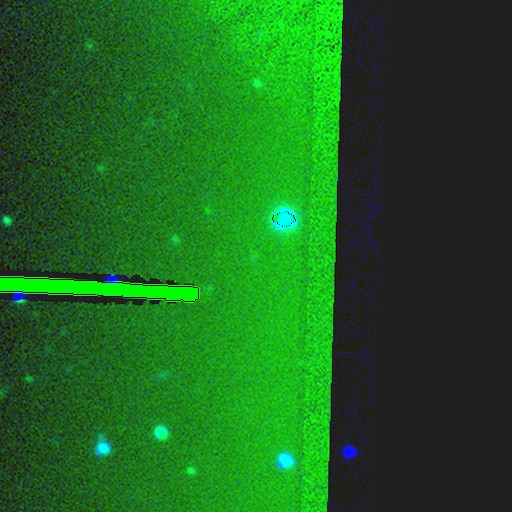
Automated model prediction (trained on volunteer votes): smooth-or-featured: star or artifact: 86% | smooth: 7% | featured or disk: 7%